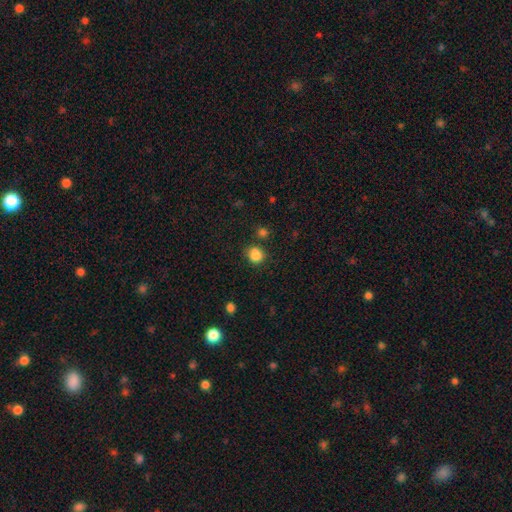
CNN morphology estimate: A smooth galaxy with no disk features (85%) that is round (76%).

Vote fractions:
- Smooth or featured? smooth: 85% / star or artifact: 11% / featured or disk: 4%
- How rounded? round: 76% / in between: 23% / cigar-shaped: 1%
- Merging? none: 75% / minor disturbance: 13% / merger: 8% / major disturbance: 4%